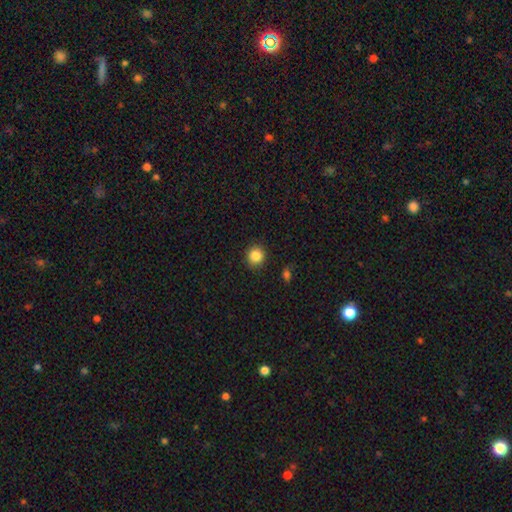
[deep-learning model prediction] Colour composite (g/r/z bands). It shows a smooth galaxy with no disk features (86%) that is round (90%). Merging: none (90%).